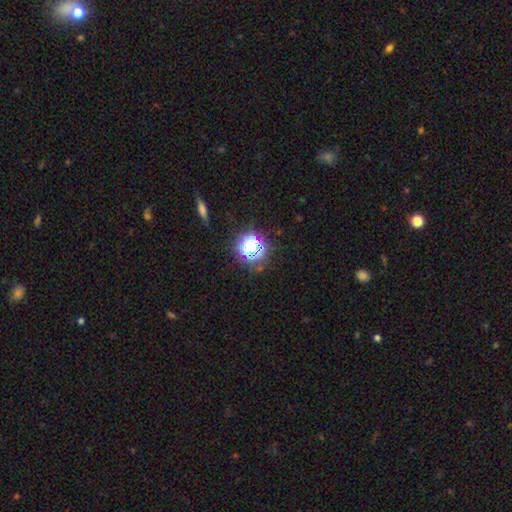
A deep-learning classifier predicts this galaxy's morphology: A star or artifact, not a galaxy (69%).